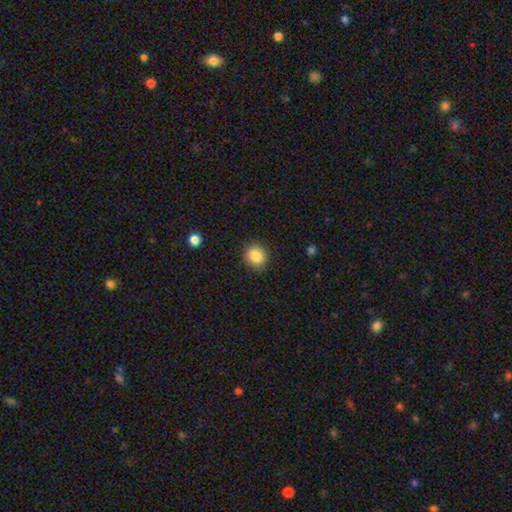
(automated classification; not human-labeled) smooth-or-featured: smooth: 85% | star or artifact: 9% | featured or disk: 6%
  how-rounded: round: 75% | in between: 24% | cigar-shaped: 1%
  merging: none: 88% | minor disturbance: 9% | major disturbance: 2% | merger: 1%